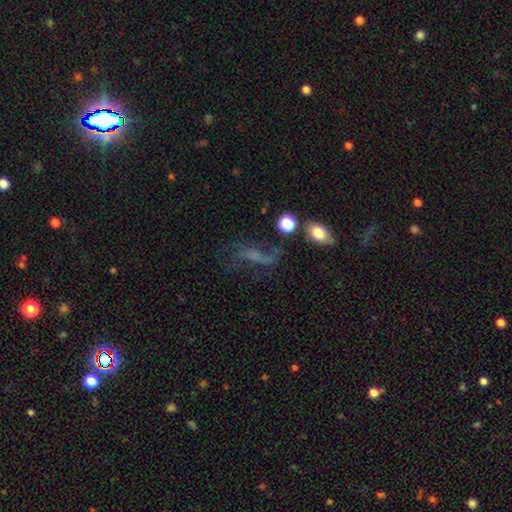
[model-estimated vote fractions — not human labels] A featured or disk galaxy (47%). Merging: none (47%).